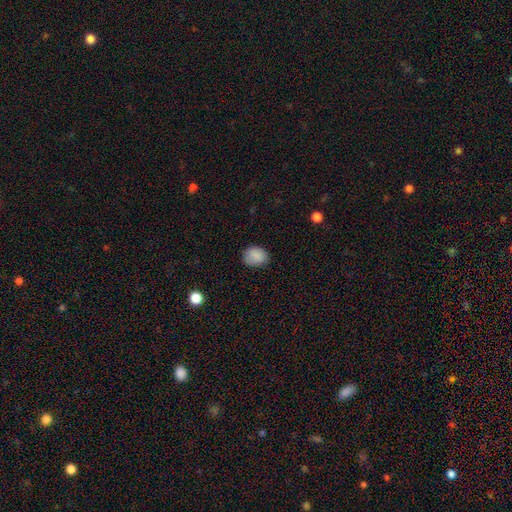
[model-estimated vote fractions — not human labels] Q: Smooth or featured?
A: smooth (86%); runner-up: star or artifact (9%)
Q: How rounded?
A: in between (51%); runner-up: round (48%)
Q: Merging?
A: none (78%); runner-up: minor disturbance (17%)